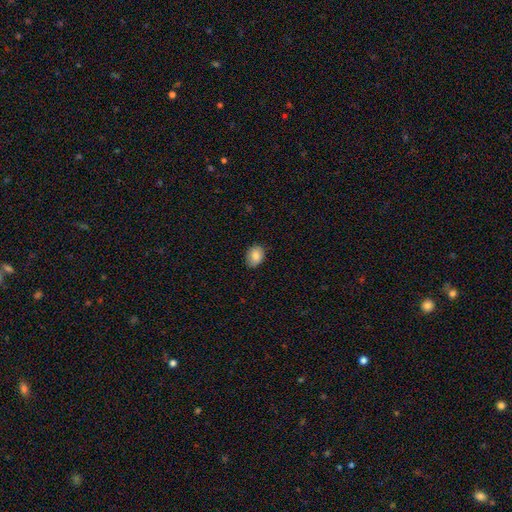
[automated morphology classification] A smooth galaxy with no disk features (85%) that is in between round and cigar-shaped (66%). Merging: none (84%).